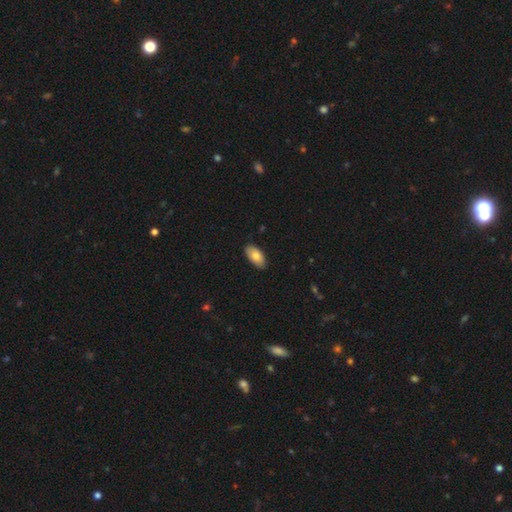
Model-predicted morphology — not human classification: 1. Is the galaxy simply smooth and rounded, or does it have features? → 79% smooth, 14% featured or disk, 6% star or artifact.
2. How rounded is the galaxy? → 94% in between, 3% cigar-shaped, 3% round.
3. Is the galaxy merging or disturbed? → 86% none, 11% minor disturbance, 2% major disturbance, 1% merger.